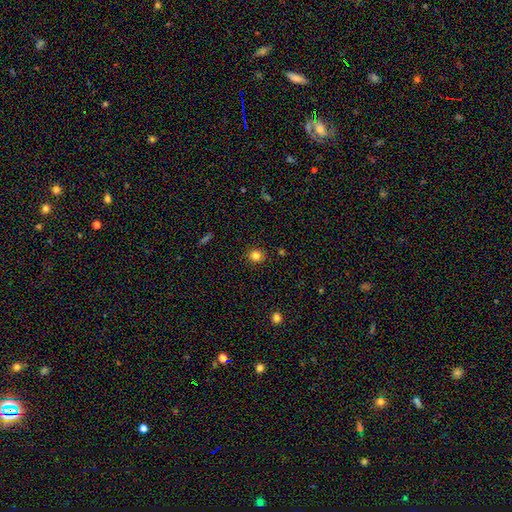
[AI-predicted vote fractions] Q: Smooth or featured?
A: smooth (82%); runner-up: star or artifact (13%)
Q: How rounded?
A: round (83%); runner-up: in between (16%)
Q: Merging?
A: none (90%); runner-up: minor disturbance (7%)